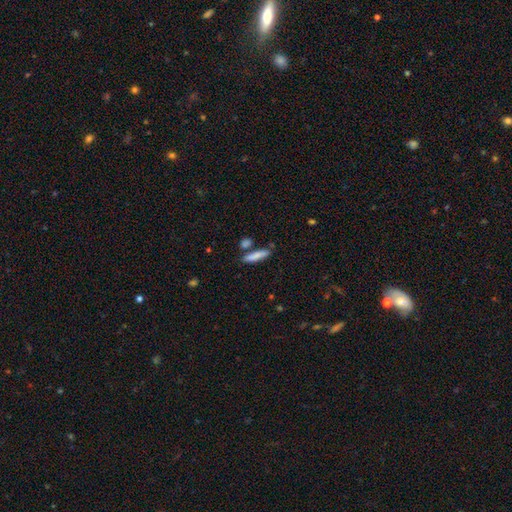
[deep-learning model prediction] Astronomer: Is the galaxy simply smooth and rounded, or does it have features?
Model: smooth — 83%.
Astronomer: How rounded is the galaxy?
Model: cigar-shaped — 78%.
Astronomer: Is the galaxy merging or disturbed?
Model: none — 73%.